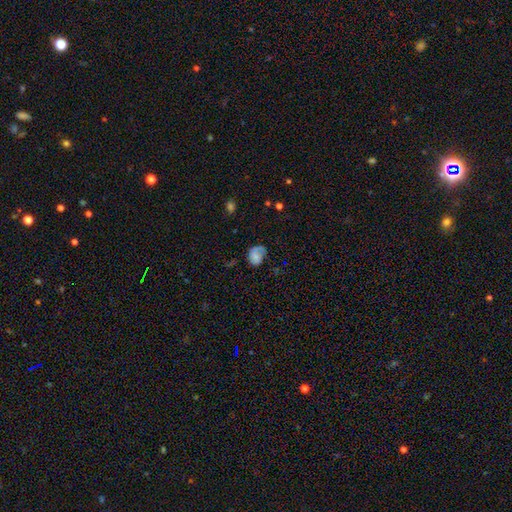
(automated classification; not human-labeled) A smooth galaxy with no disk features (55%) that is in between round and cigar-shaped (57%). Merging: none (44%).